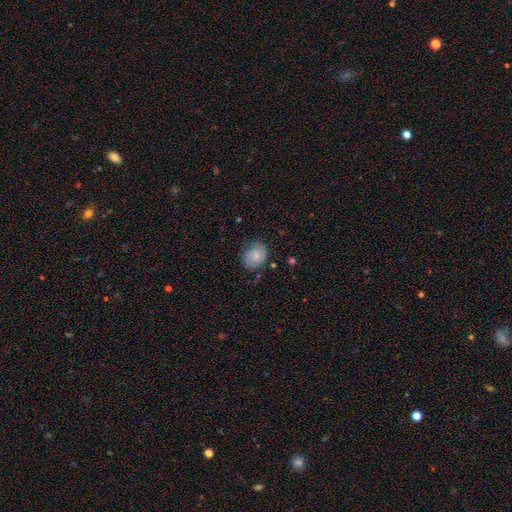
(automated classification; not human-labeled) smooth 46% (tied), featured or disk 46% (tied), star or artifact 8%. Down the decision tree: merging — none (71%).